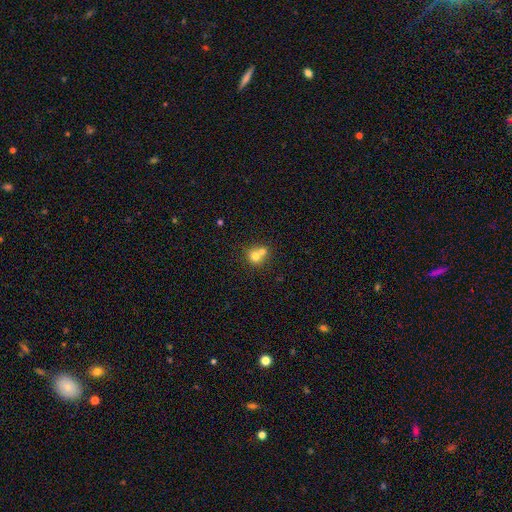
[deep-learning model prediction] This appears to be a smooth galaxy with no disk features (72%) that is round (83%). Merging: merger (58%).